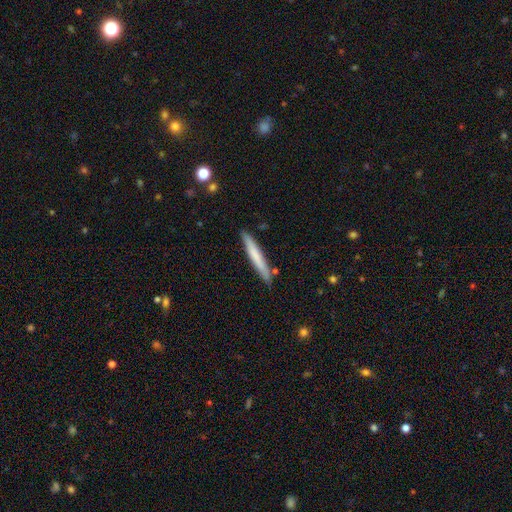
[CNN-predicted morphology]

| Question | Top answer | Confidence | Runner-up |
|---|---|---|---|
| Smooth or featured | smooth | 66% | featured or disk (29%) |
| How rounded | cigar-shaped | 96% | in between (3%) |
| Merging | none | 87% | minor disturbance (9%) |